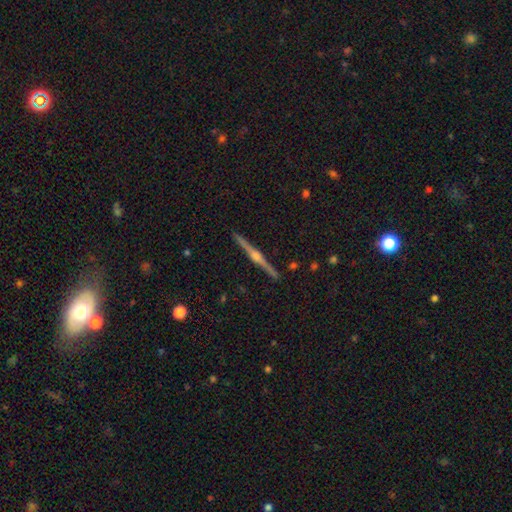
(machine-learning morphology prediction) Smooth or featured: featured or disk — 86% (smooth — 8%)
Edge-on disk: yes — 99% (no — 1%)
Edge-on bulge: rounded — 90% (boxy — 6%)
Merging: none — 93% (minor disturbance — 5%)